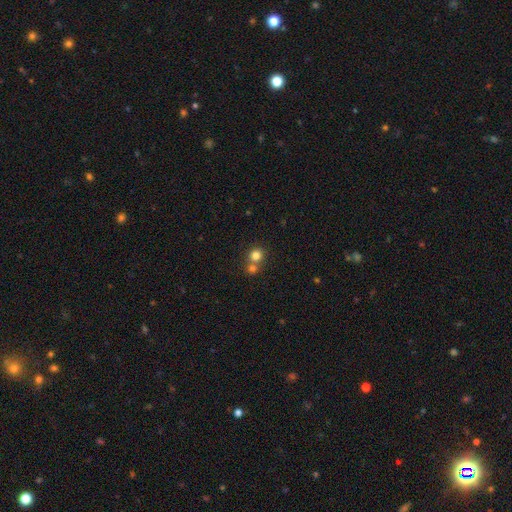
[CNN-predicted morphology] The model was most divided on "merging": none: 50%, merger: 42%, minor disturbance: 6%, major disturbance: 2%. More confident: how rounded — round (87%); smooth or featured — smooth (79%).